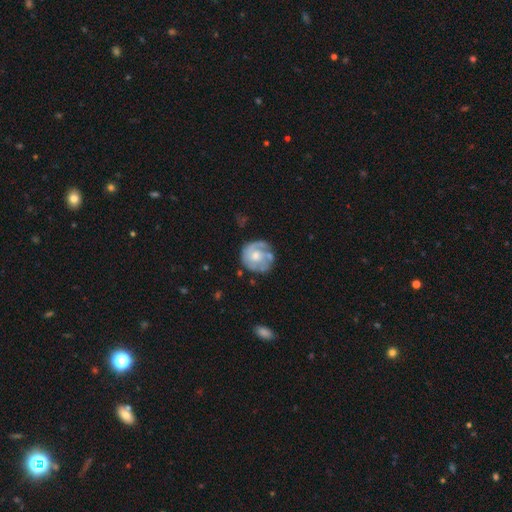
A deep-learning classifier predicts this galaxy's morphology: smooth_or_featured: featured or disk (p=0.69) [alt: smooth p=0.25]
disk_edge_on: no (p=0.98) [alt: yes p=0.02]
bar: no (p=0.78) [alt: weak p=0.19]
has_spiral_arms: yes (p=0.78) [alt: no p=0.22]
spiral_winding: tight (p=0.57) [alt: medium p=0.30]
spiral_arm_count: can't tell (p=0.38) [alt: 2 p=0.22]
bulge_size: moderate (p=0.58) [alt: small p=0.31]
merging: none (p=0.64) [alt: minor disturbance p=0.22]